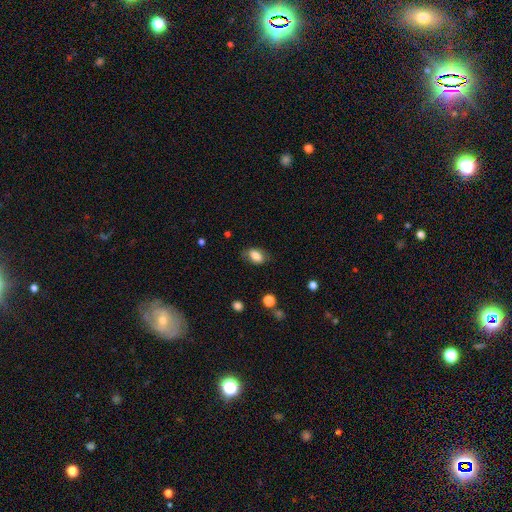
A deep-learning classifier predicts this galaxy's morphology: smooth_or_featured: smooth (p=0.80) [alt: featured or disk p=0.12]
how_rounded: in between (p=0.87) [alt: round p=0.10]
merging: none (p=0.74) [alt: minor disturbance p=0.19]